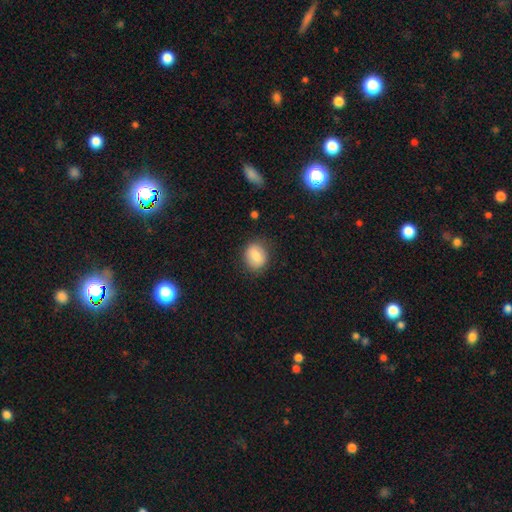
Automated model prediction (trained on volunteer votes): The model was most divided on "how rounded": round: 60%, in between: 39%, cigar-shaped: 1%. More confident: merging — none (82%); smooth or featured — smooth (79%).